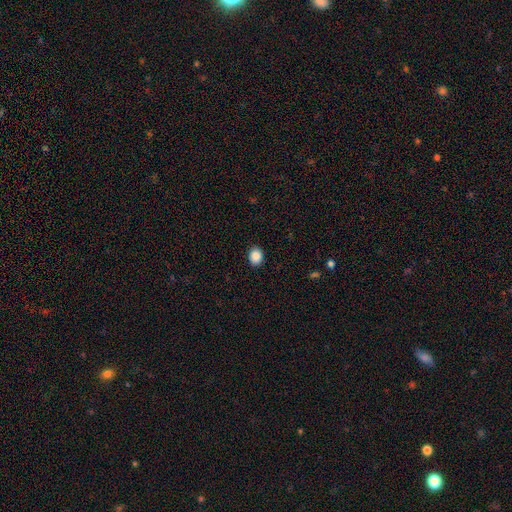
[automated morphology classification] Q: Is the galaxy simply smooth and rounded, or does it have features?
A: smooth — 88%.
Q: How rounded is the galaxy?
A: in between — 56%.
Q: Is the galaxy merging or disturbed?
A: none — 90%.